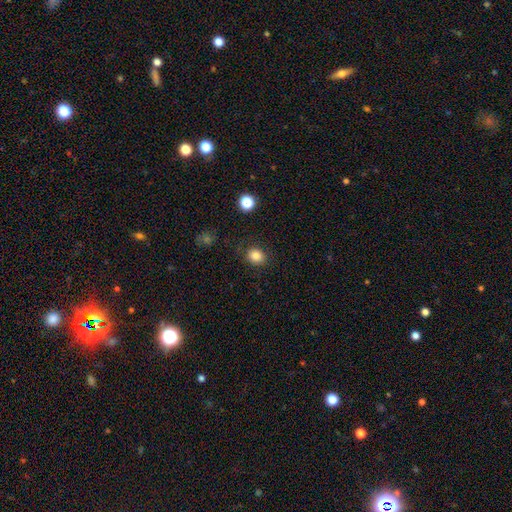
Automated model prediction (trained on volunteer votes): A smooth galaxy with no disk features (84%) that is round (64%). Merging: none (86%).